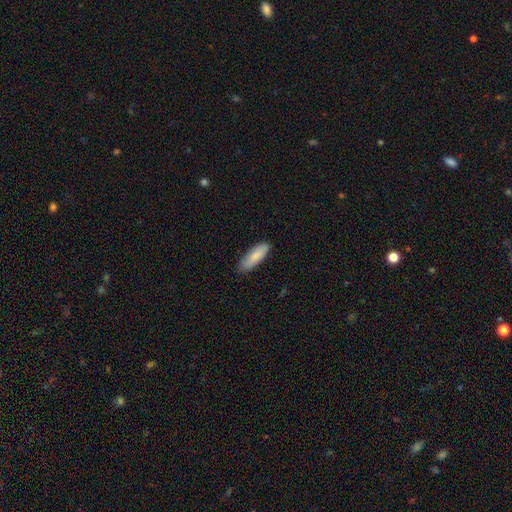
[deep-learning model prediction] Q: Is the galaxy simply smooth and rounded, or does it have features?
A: smooth — 85%.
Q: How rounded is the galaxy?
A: in between — 56%.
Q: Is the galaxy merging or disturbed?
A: none — 84%.